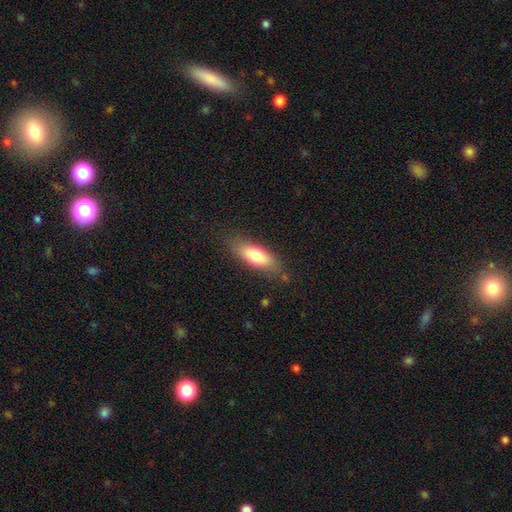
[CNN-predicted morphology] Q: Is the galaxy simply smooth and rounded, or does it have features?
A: smooth — 76%.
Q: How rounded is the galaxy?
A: in between — 69%.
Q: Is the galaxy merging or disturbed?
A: none — 80%.